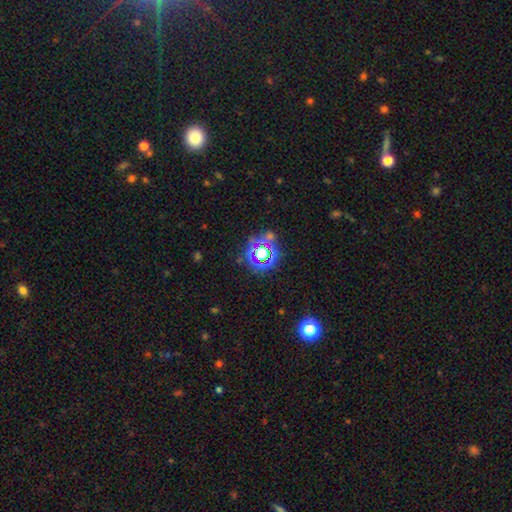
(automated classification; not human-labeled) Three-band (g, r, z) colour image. It shows a star or artifact, not a galaxy (69%).